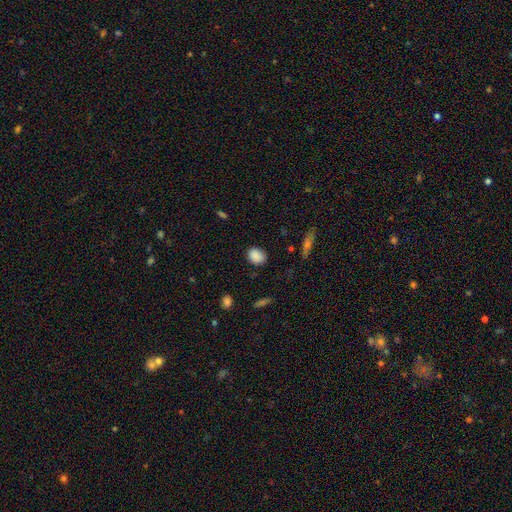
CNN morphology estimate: This appears to be a smooth galaxy with no disk features (88%) that is in between round and cigar-shaped (50%). Merging: none (85%).